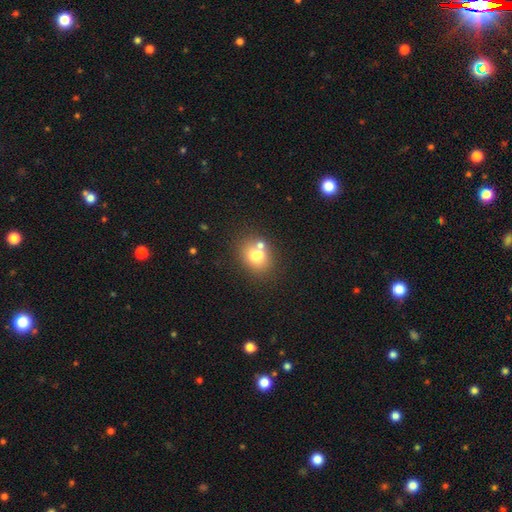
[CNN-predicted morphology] The model was most divided on "how rounded": round: 60%, in between: 39%, cigar-shaped: 1%. More confident: smooth or featured — smooth (70%); merging — none (57%).